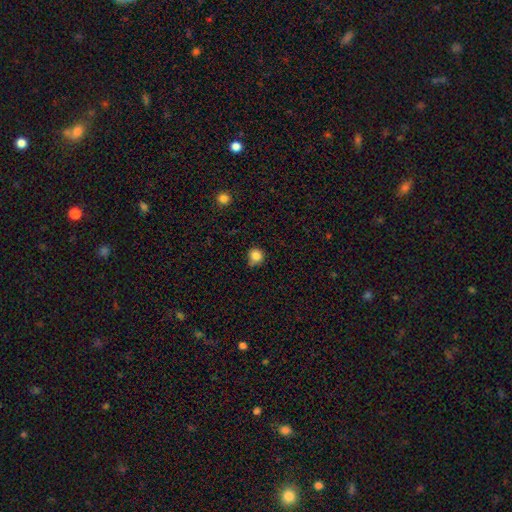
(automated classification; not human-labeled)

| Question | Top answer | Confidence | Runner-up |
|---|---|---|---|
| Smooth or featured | smooth | 84% | star or artifact (11%) |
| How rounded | round | 89% | in between (10%) |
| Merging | none | 67% | minor disturbance (22%) |